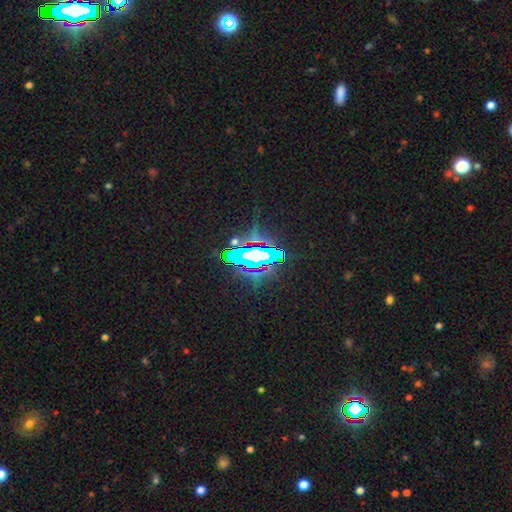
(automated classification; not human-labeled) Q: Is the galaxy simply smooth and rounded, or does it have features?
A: star or artifact — 68%.